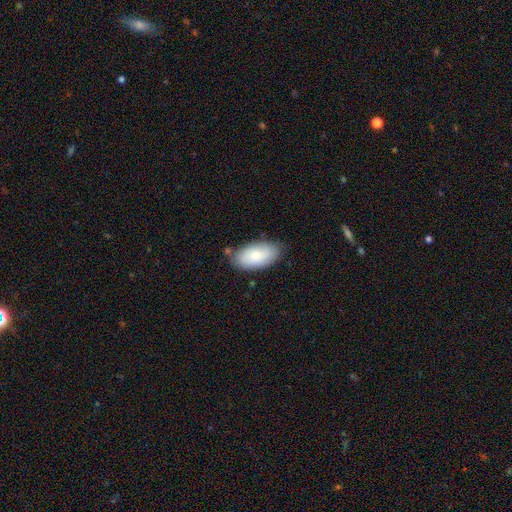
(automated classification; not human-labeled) A smooth galaxy with no disk features (79%) that is in between round and cigar-shaped (95%).

Vote fractions:
- Smooth or featured? smooth: 79% / featured or disk: 15% / star or artifact: 6%
- How rounded? in between: 95% / cigar-shaped: 3% / round: 3%
- Merging? none: 75% / minor disturbance: 18% / major disturbance: 3% / merger: 3%